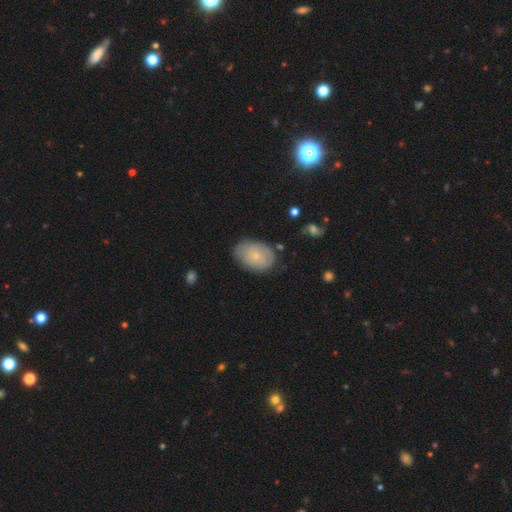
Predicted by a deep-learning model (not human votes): Smooth or featured?
  - smooth: 65% *
  - featured or disk: 28%
  - star or artifact: 7%
How rounded?
  - in between: 84% *
  - round: 15%
  - cigar-shaped: 1%
Merging?
  - none: 71% *
  - minor disturbance: 22%
  - major disturbance: 5%
  - merger: 2%